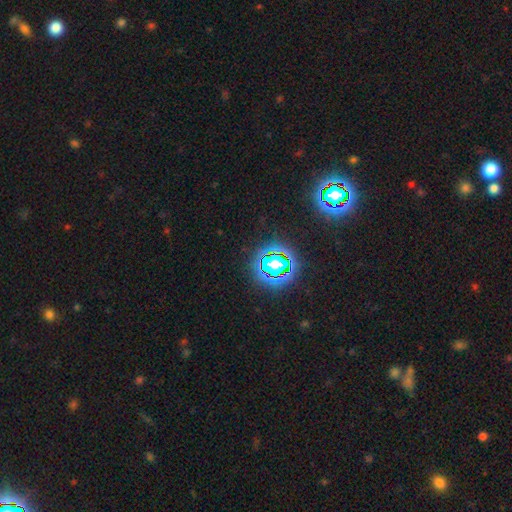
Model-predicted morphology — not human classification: Smooth or featured?
  - star or artifact: 81% *
  - smooth: 13%
  - featured or disk: 7%